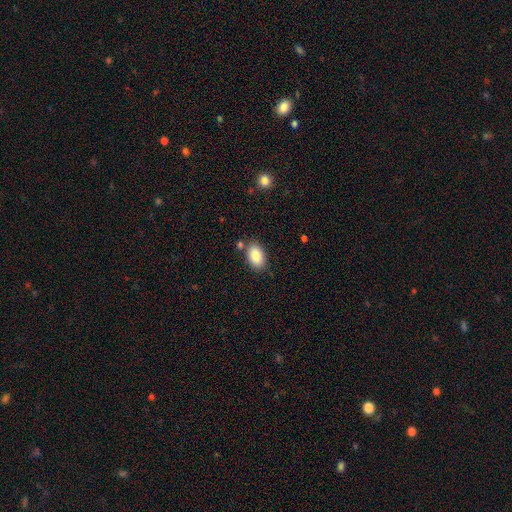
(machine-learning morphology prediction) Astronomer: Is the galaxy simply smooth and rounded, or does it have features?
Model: smooth — 87%.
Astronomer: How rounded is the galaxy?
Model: in between — 91%.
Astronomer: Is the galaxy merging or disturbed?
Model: none — 78%.